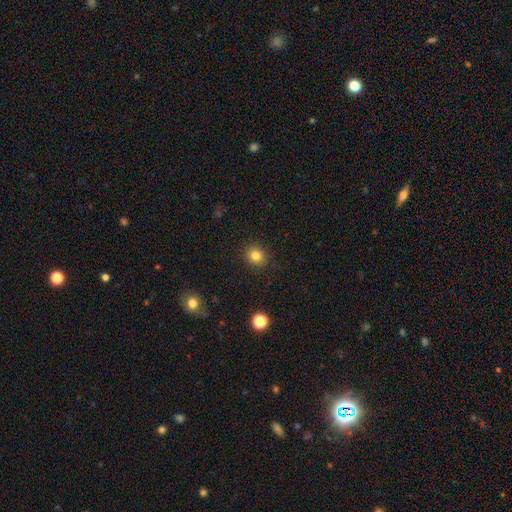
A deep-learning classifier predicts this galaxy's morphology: A smooth galaxy with no disk features (82%) that is round (83%). Merging: none (90%).